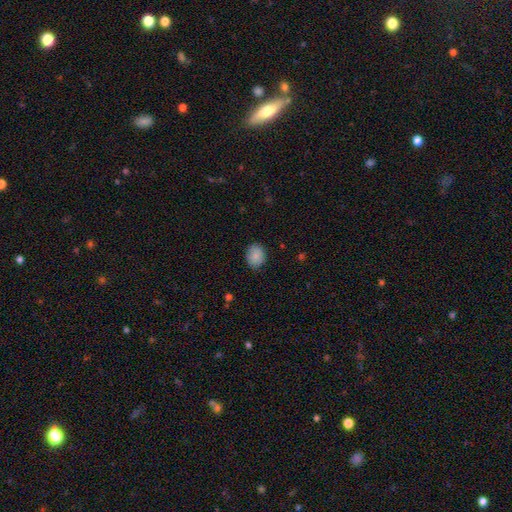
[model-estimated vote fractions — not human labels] This is clearly a smooth galaxy (85%). How rounded: possibly round (57%). Merging: clearly none (84%).